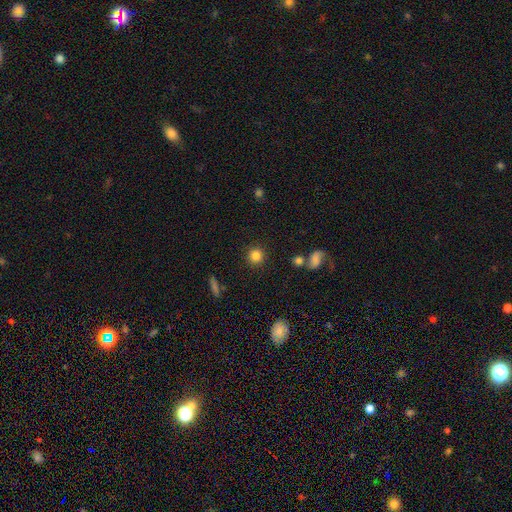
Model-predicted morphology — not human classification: Smooth or featured?
  - smooth: 84% *
  - star or artifact: 11%
  - featured or disk: 5%
How rounded?
  - round: 93% *
  - in between: 6%
  - cigar-shaped: 1%
Merging?
  - none: 90% *
  - minor disturbance: 6%
  - major disturbance: 3%
  - merger: 2%